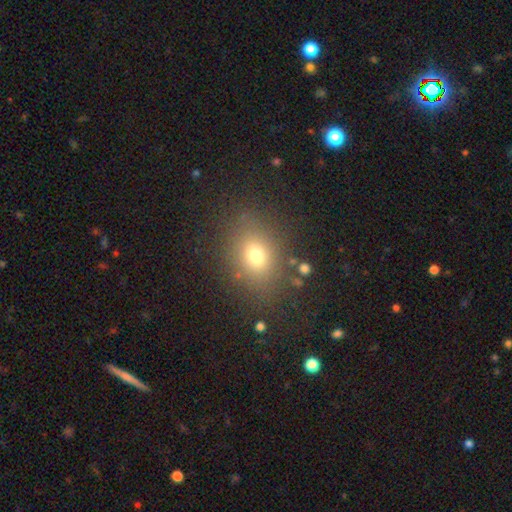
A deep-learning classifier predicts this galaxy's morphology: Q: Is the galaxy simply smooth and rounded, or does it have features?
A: smooth — 73%.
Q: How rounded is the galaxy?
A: in between — 60%.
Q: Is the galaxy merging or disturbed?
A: none — 83%.